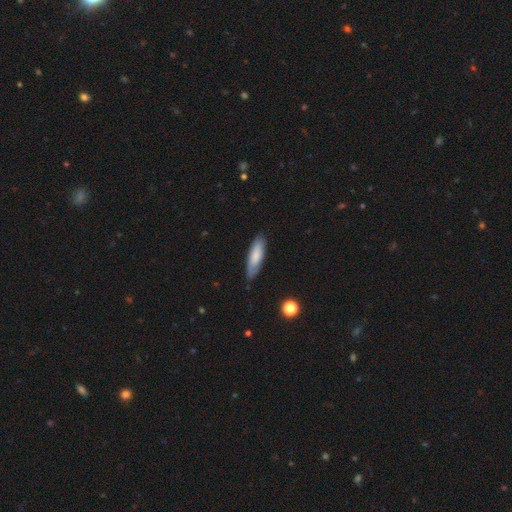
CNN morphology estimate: Smooth or featured? Predicted: smooth (p=0.74). How rounded? Predicted: cigar-shaped (p=0.55). Merging? Predicted: none (p=0.79).